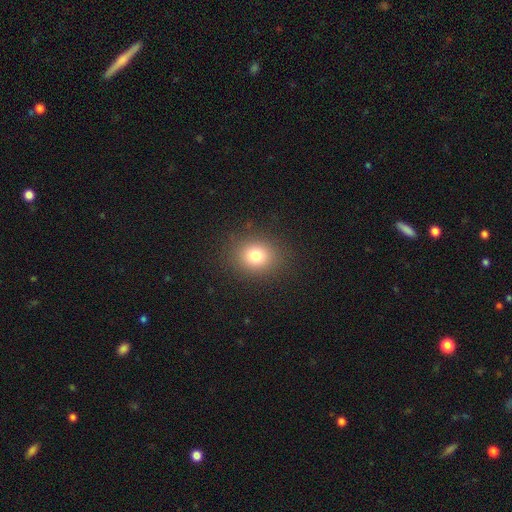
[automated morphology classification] A smooth galaxy with no disk features (78%) that is round (69%). Merging: none (88%).